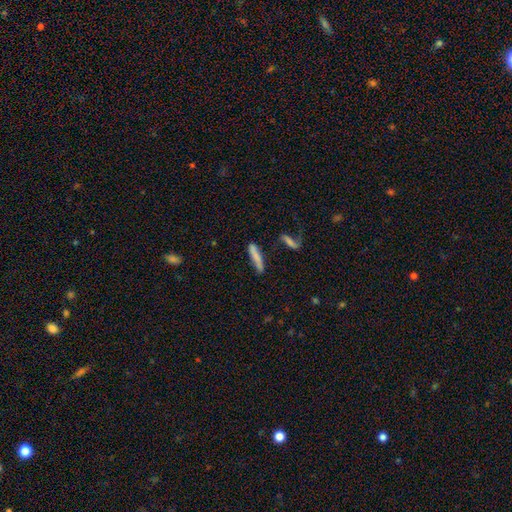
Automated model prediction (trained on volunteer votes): This appears to be a smooth galaxy with no disk features (72%) that is cigar-shaped (86%). Merging: none (65%).